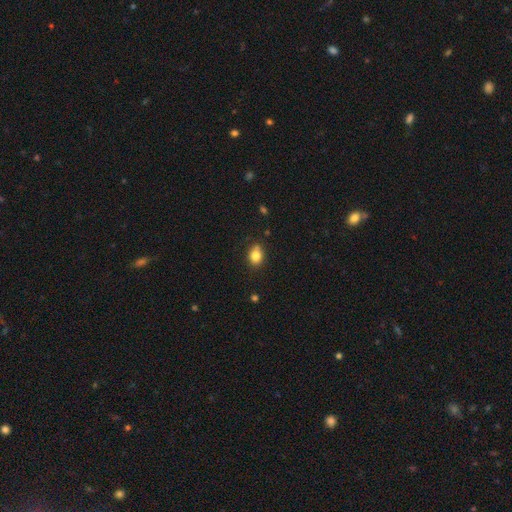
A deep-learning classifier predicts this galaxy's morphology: Overall: smooth (83%). How rounded: in between (57%; round 41%). Merging: none (75%).